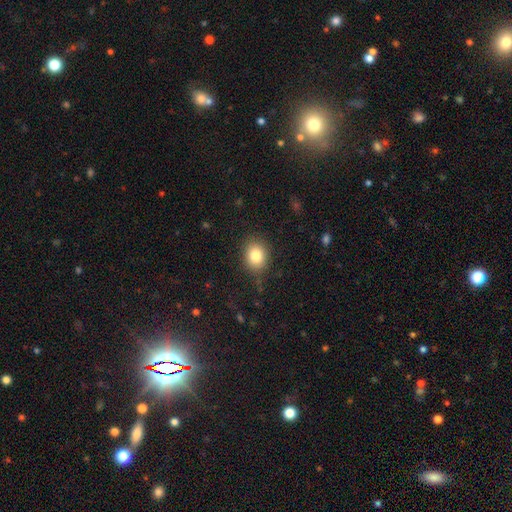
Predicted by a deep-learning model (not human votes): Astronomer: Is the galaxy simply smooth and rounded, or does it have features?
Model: smooth — 82%.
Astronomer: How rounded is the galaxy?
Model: round — 57% (runner-up: in between, 42%).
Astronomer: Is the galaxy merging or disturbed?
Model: none — 85%.